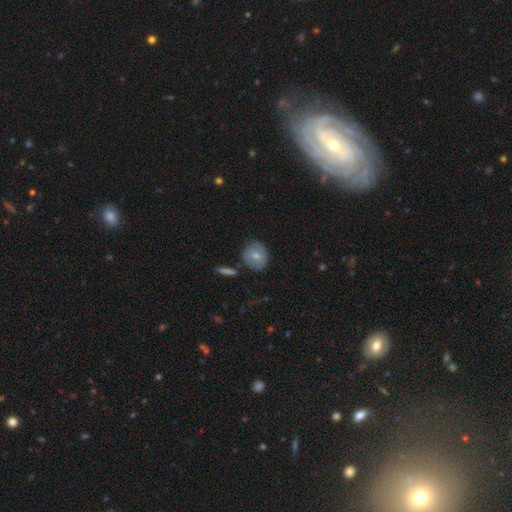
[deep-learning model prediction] Q: Smooth or featured?
A: smooth (62%); runner-up: featured or disk (31%)
Q: How rounded?
A: round (73%); runner-up: in between (25%)
Q: Merging?
A: none (69%); runner-up: minor disturbance (22%)